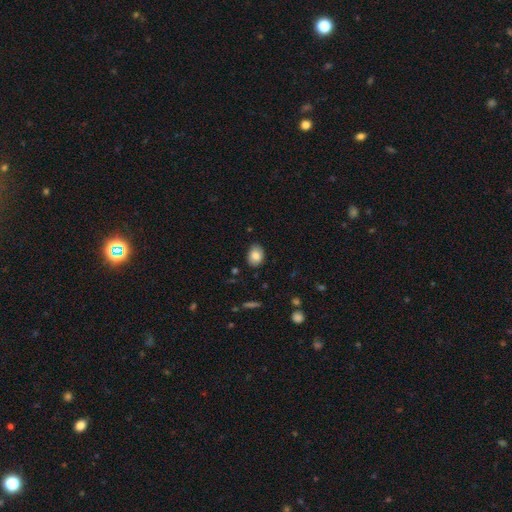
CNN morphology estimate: Overall: smooth (82%). How rounded: in between (70%). Merging: none (84%).